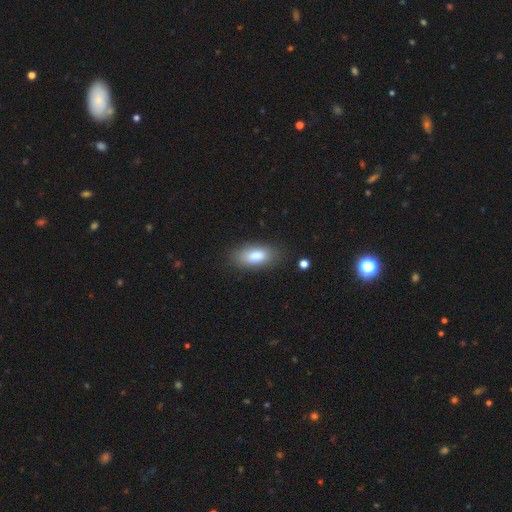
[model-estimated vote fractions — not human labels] Smooth or featured: smooth — 82% (featured or disk — 11%)
How rounded: in between — 85% (cigar-shaped — 12%)
Merging: none — 83% (minor disturbance — 12%)